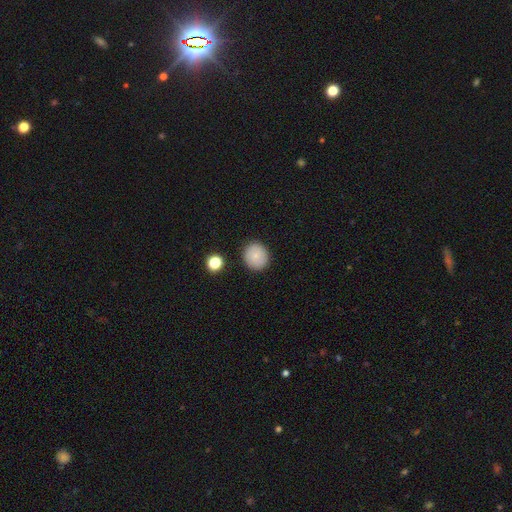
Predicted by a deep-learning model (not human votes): This appears to be a smooth galaxy with no disk features (79%) that is round (86%). Merging: none (89%).